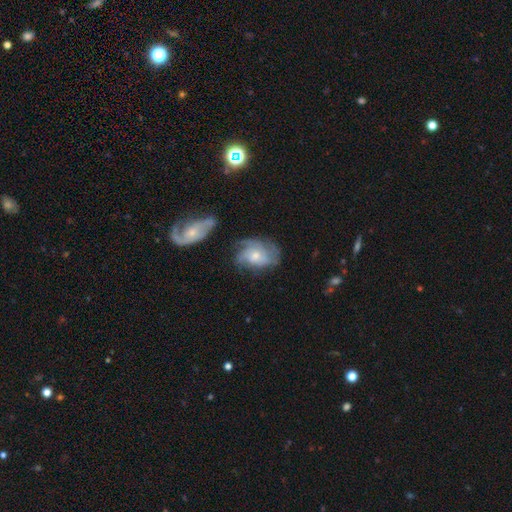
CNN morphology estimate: Overall: featured or disk (71%). Edge-on disk: no (97%). Bar: no (73%). Spiral arms: yes (88%). Spiral arm count: can't tell (34%; 3 26%). Spiral winding: tight (43%; medium 39%). Bulge size: moderate (47%; small 43%). Merging: none (56%; minor disturbance 24%).